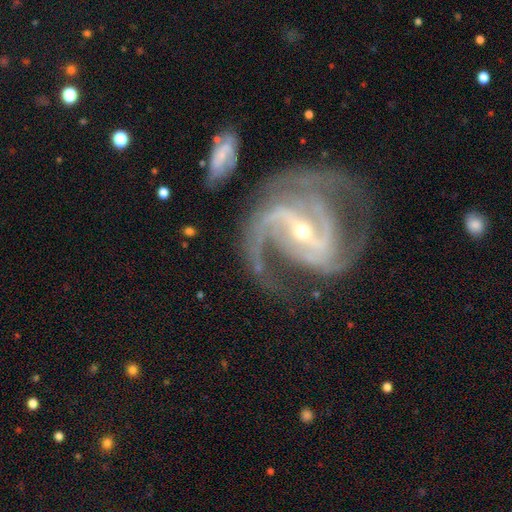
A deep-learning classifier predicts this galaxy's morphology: smooth_or_featured: featured or disk (p=0.93) [alt: star or artifact p=0.05]
disk_edge_on: no (p=0.97) [alt: yes p=0.03]
bar: strong (p=0.59) [alt: weak p=0.30]
has_spiral_arms: yes (p=0.98) [alt: no p=0.02]
spiral_winding: medium (p=0.56) [alt: tight p=0.26]
spiral_arm_count: 2 (p=0.54) [alt: 3 p=0.23]
bulge_size: small (p=0.69) [alt: moderate p=0.28]
merging: none (p=0.56) [alt: major disturbance p=0.19]